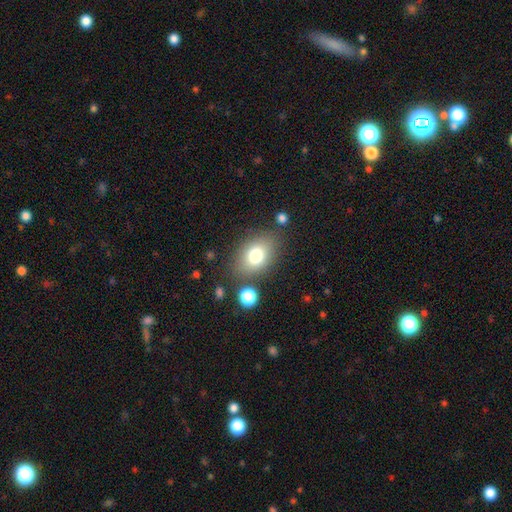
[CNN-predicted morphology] Smooth or featured: smooth — 77% (featured or disk — 13%)
How rounded: in between — 78% (round — 20%)
Merging: none — 76% (minor disturbance — 13%)